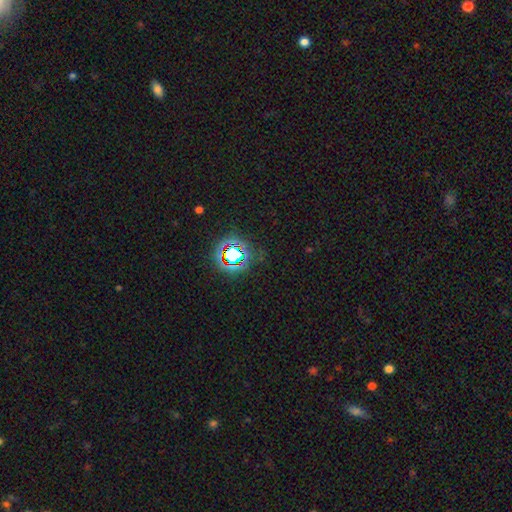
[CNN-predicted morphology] This is likely a star or artifact rather than a galaxy (77%).